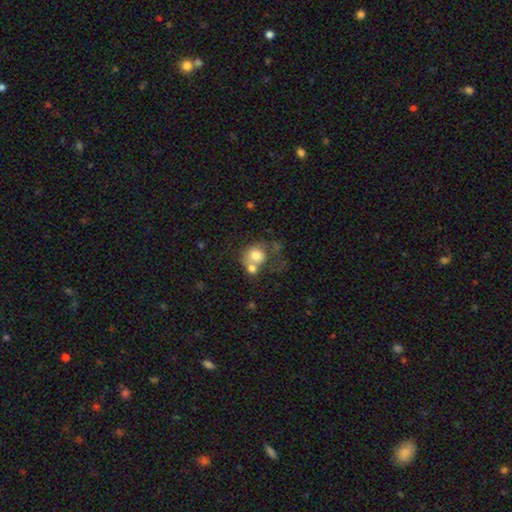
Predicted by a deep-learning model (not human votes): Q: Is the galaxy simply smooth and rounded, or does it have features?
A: smooth — 72%.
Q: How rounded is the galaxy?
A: round — 73%.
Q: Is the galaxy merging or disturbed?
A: merger — 46%.